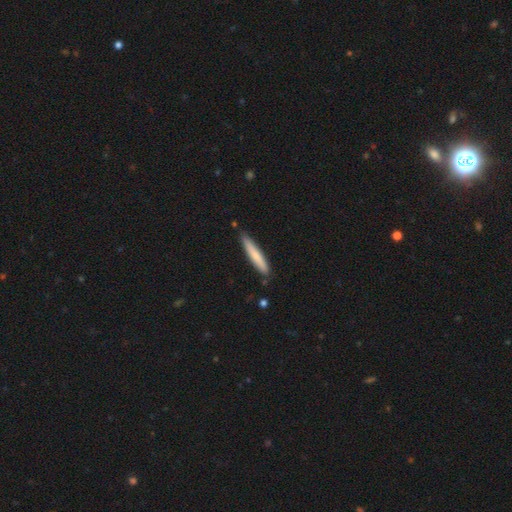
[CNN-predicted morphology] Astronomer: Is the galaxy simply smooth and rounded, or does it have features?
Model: smooth — 74%.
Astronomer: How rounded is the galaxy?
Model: cigar-shaped — 93%.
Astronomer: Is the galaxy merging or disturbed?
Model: none — 83%.